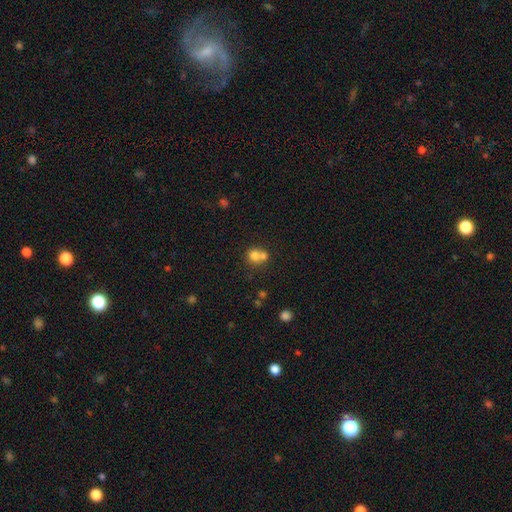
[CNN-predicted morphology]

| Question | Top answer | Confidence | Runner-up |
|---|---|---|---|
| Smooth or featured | smooth | 73% | featured or disk (15%) |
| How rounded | round | 80% | in between (19%) |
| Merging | merger | 58% | none (33%) |